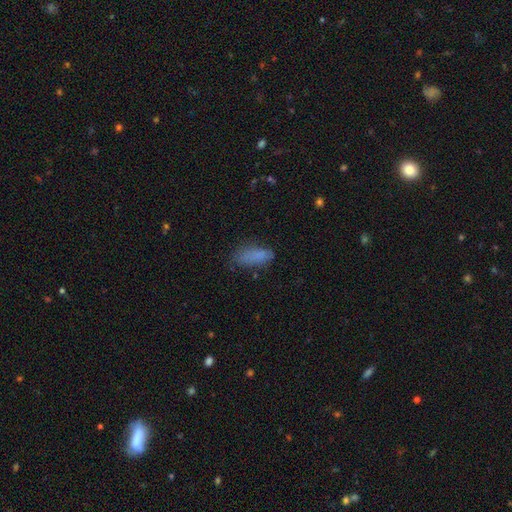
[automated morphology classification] type=smooth (80%); roundness=in between (72%); merging=none (59%).